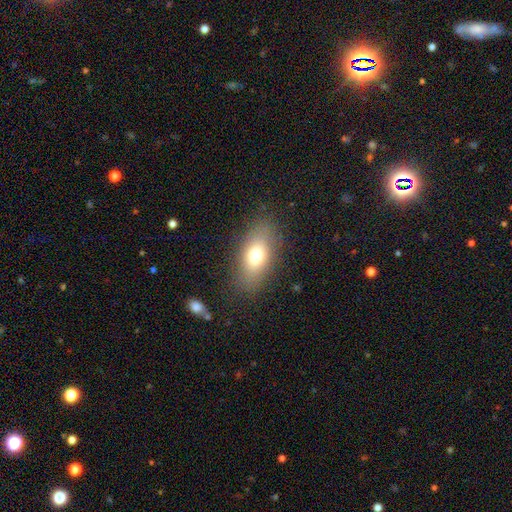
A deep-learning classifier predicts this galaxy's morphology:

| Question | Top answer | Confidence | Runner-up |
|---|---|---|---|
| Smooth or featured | smooth | 71% | featured or disk (18%) |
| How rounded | in between | 84% | round (8%) |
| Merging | none | 83% | minor disturbance (11%) |